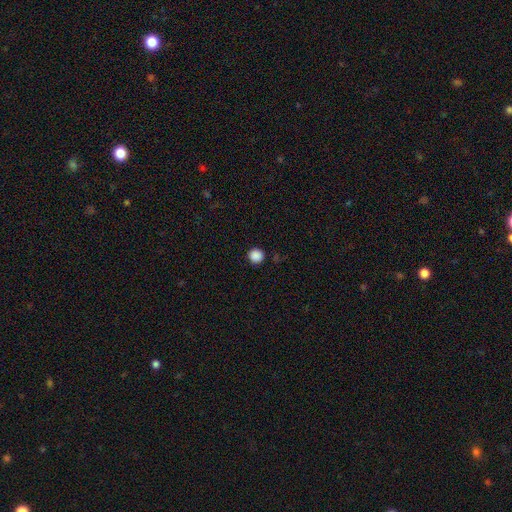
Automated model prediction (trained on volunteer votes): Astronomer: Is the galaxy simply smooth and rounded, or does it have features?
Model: smooth — 88%.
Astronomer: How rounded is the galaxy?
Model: round — 94%.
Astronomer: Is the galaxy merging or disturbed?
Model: none — 91%.